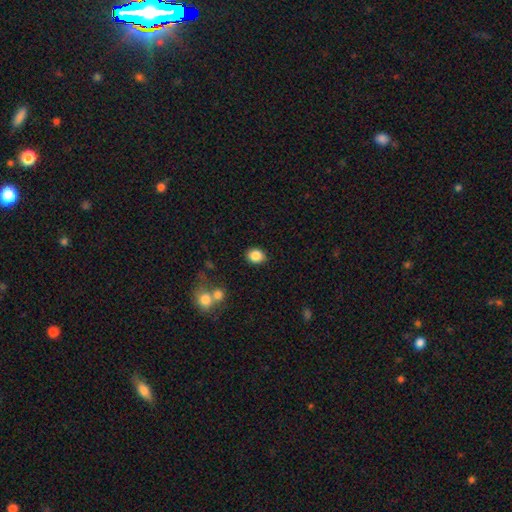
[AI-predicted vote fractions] This appears to be a smooth galaxy with no disk features (87%) that is round (54%). Merging: none (85%).